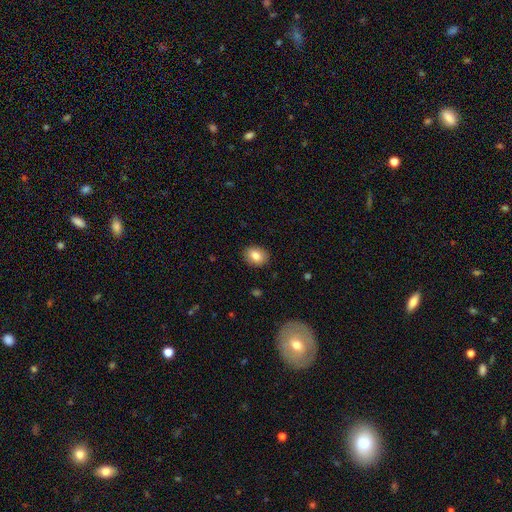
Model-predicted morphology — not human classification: Smooth or featured: smooth — 83% (featured or disk — 9%)
How rounded: in between — 59% (round — 40%)
Merging: none — 88% (minor disturbance — 9%)